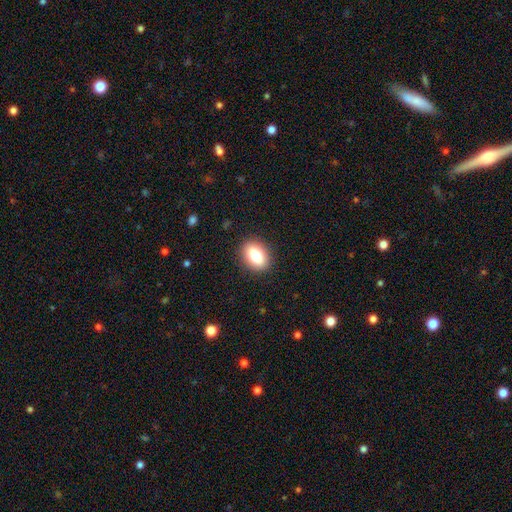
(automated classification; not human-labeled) Smooth or featured: smooth — 82% (featured or disk — 9%)
How rounded: in between — 81% (round — 17%)
Merging: none — 88% (minor disturbance — 8%)